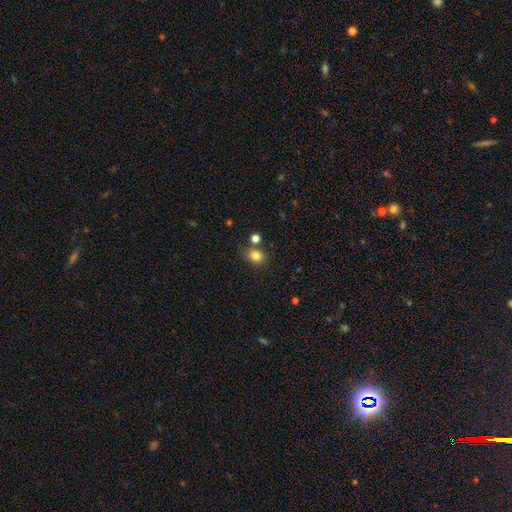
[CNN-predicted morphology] This appears to be a smooth galaxy with no disk features (82%) that is round (66%). Merging: none (68%).